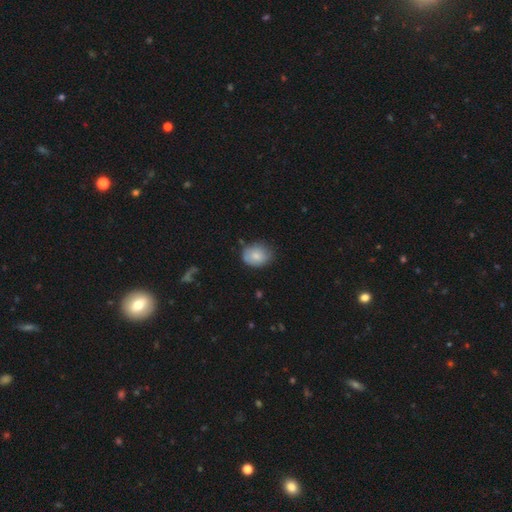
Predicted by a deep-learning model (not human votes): Smooth or featured: smooth — 79% (featured or disk — 13%)
How rounded: in between — 53% (round — 46%)
Merging: none — 69% (minor disturbance — 25%)